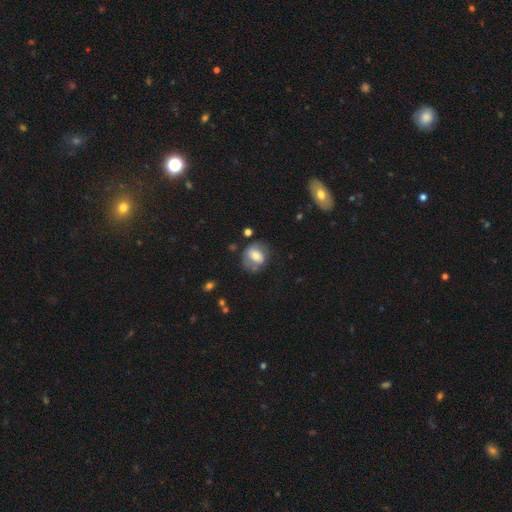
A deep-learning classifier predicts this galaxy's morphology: The model was most divided on "how rounded": round: 59%, in between: 40%, cigar-shaped: 1%. More confident: merging — none (59%); smooth or featured — smooth (59%).